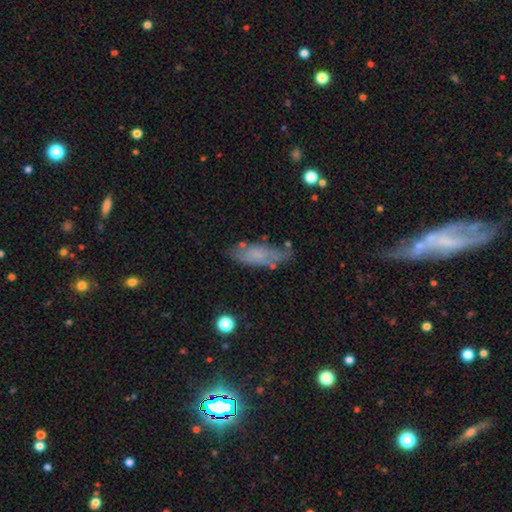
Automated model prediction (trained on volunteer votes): Overall: smooth (60%; featured or disk 30%). How rounded: in between (64%; cigar-shaped 34%). Merging: none (63%; minor disturbance 24%).